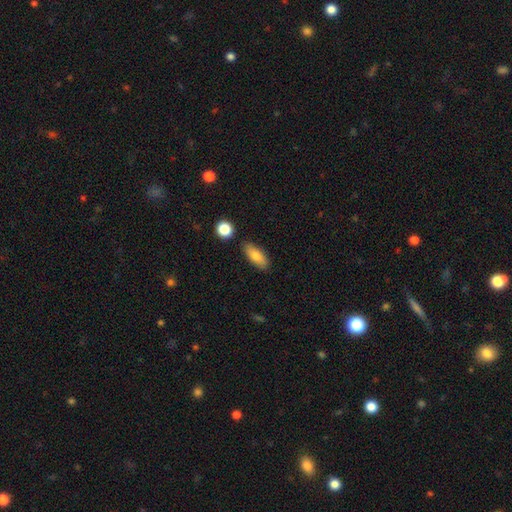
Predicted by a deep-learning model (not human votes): Smooth or featured?
  - smooth: 80% *
  - featured or disk: 13%
  - star or artifact: 7%
How rounded?
  - in between: 79% *
  - cigar-shaped: 18%
  - round: 4%
Merging?
  - none: 83% *
  - minor disturbance: 11%
  - merger: 3%
  - major disturbance: 2%